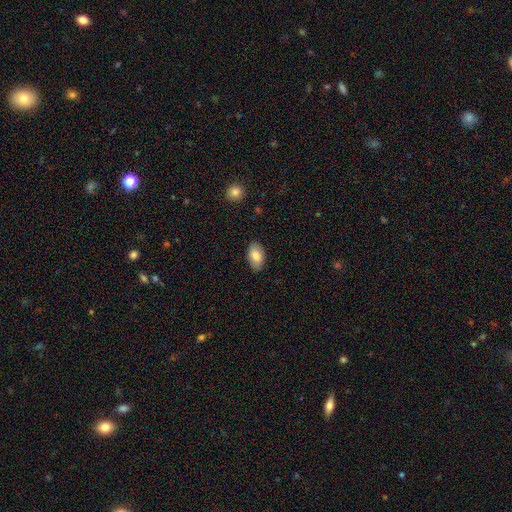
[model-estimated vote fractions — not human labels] This appears to be a smooth galaxy with no disk features (82%) that is in between round and cigar-shaped (93%). Merging: none (86%).